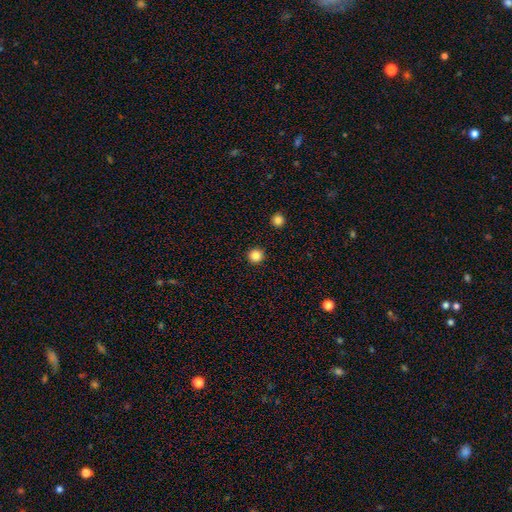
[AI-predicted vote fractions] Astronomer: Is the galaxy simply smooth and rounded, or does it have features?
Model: smooth — 85%.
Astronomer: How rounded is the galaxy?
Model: round — 96%.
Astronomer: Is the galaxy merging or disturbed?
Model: none — 93%.